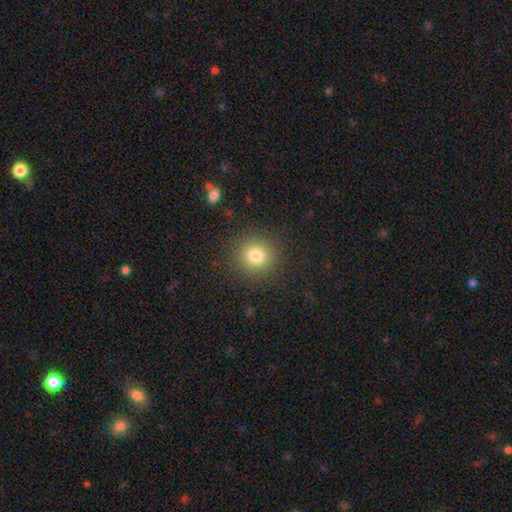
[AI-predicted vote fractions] Overall: smooth (78%). How rounded: round (93%). Merging: none (90%).